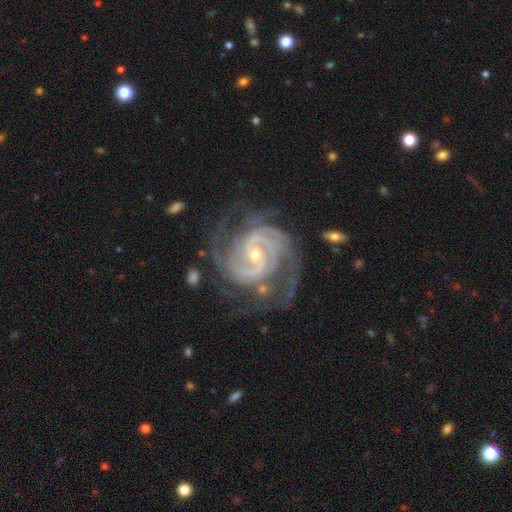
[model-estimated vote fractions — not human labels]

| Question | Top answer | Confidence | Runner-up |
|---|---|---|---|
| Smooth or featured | featured or disk | 93% | star or artifact (4%) |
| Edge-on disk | no | 98% | yes (2%) |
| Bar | weak | 42% | no (35%) |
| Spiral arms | yes | 99% | no (1%) |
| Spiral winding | tight | 67% | medium (30%) |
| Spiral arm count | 2 | 44% | 3 (23%) |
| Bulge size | small | 60% | moderate (38%) |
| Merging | none | 69% | minor disturbance (18%) |